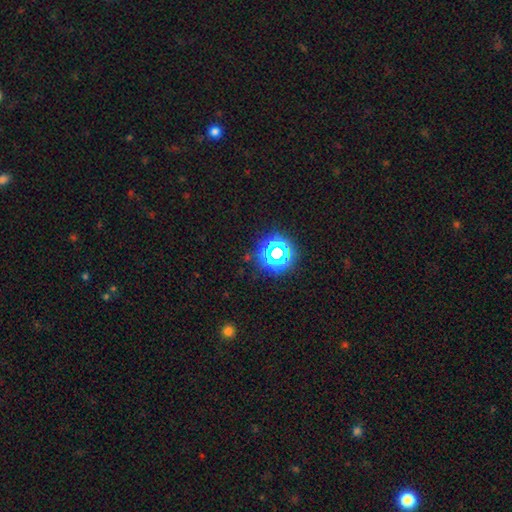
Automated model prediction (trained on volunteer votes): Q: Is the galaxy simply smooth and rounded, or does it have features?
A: star or artifact — 64%.